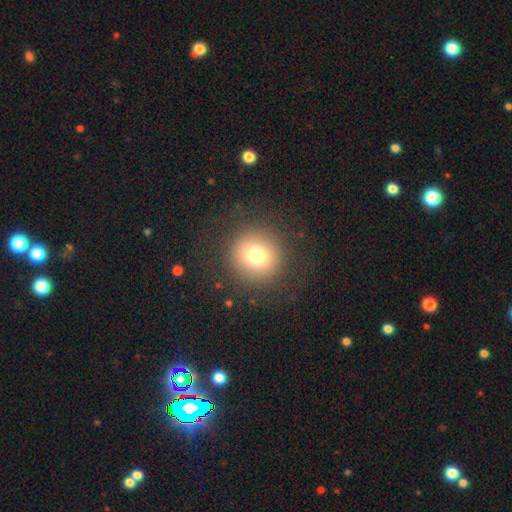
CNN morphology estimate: Smooth or featured? Predicted: smooth (p=0.74). How rounded? Predicted: round (p=0.95). Merging? Predicted: none (p=0.88).